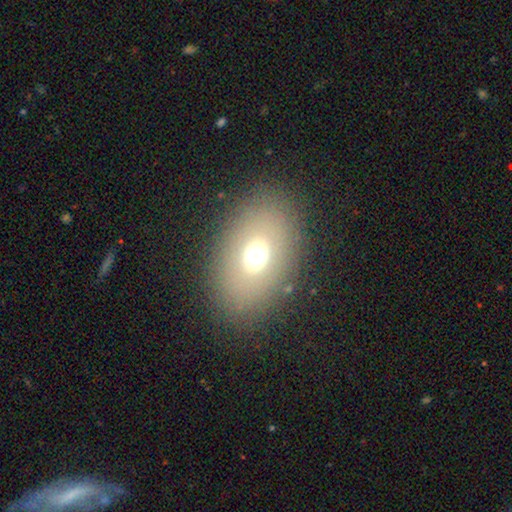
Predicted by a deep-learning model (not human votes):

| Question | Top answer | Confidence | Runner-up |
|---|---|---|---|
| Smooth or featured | smooth | 65% | featured or disk (20%) |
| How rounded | in between | 77% | round (22%) |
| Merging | none | 85% | minor disturbance (9%) |